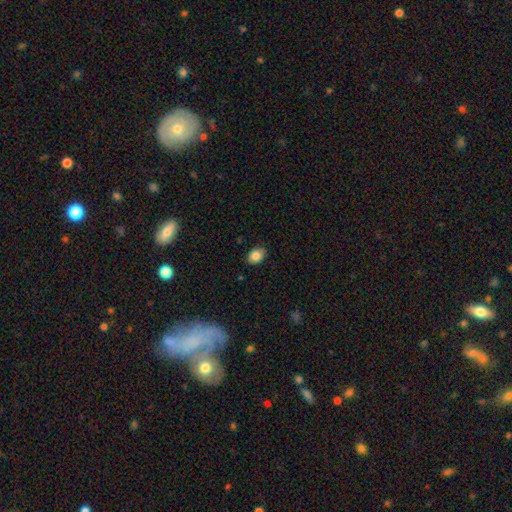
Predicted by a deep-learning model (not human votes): A smooth galaxy with no disk features (86%) that is in between round and cigar-shaped (75%). Merging: none (86%).